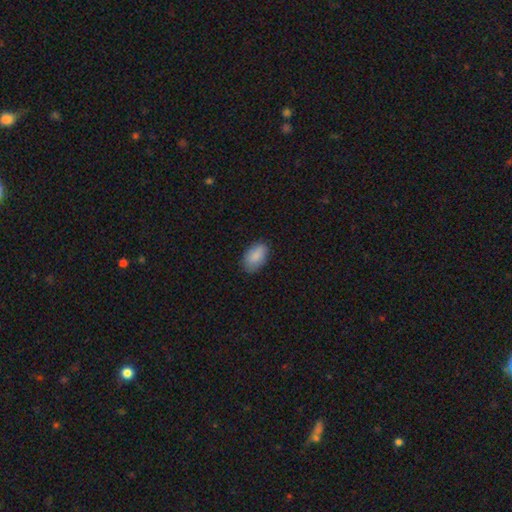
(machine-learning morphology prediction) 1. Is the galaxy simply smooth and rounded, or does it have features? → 88% smooth, 6% star or artifact, 6% featured or disk.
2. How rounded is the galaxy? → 93% in between, 5% round, 2% cigar-shaped.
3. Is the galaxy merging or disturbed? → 83% none, 14% minor disturbance, 3% major disturbance, 1% merger.